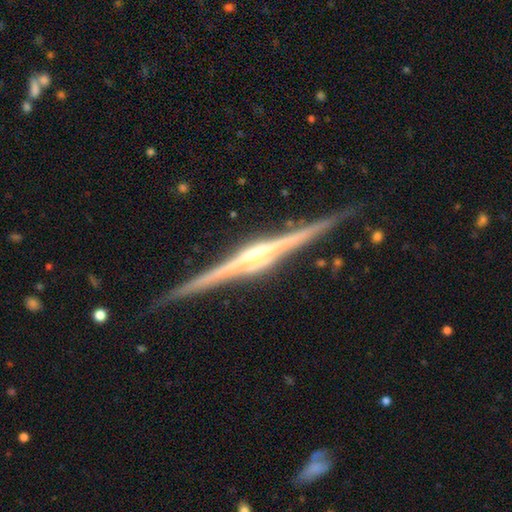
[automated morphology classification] featured or disk 91%, star or artifact 5%, smooth 4%. Down the decision tree: edge-on disk — yes (99%); edge-on bulge — rounded (65%); merging — none (90%).